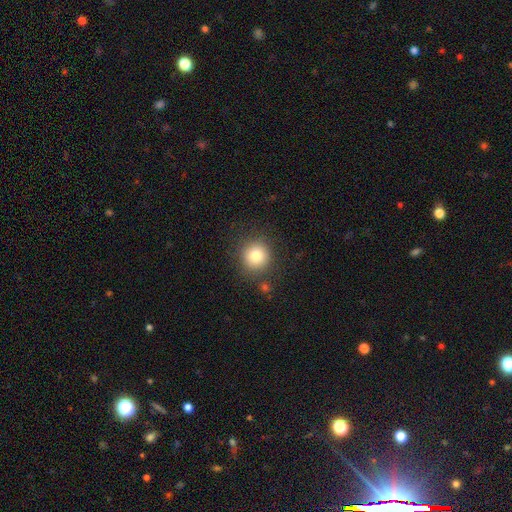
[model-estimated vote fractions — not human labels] The model was most divided on "smooth or featured": smooth: 80%, star or artifact: 12%, featured or disk: 9%. More confident: how rounded — round (93%); merging — none (86%).